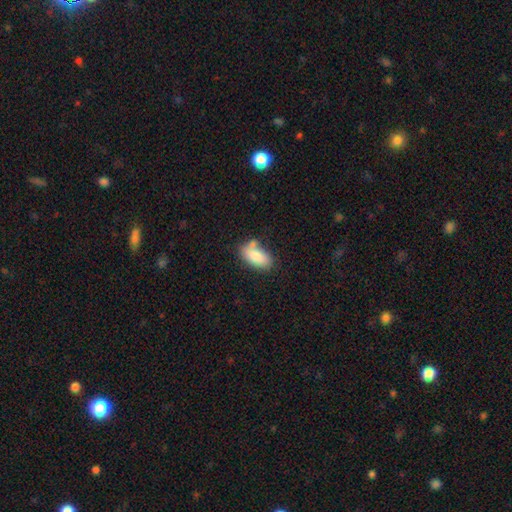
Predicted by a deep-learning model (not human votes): smooth-or-featured: smooth: 85% | featured or disk: 8% | star or artifact: 7%
  how-rounded: in between: 90% | cigar-shaped: 7% | round: 3%
  merging: none: 59% | minor disturbance: 20% | merger: 14% | major disturbance: 6%